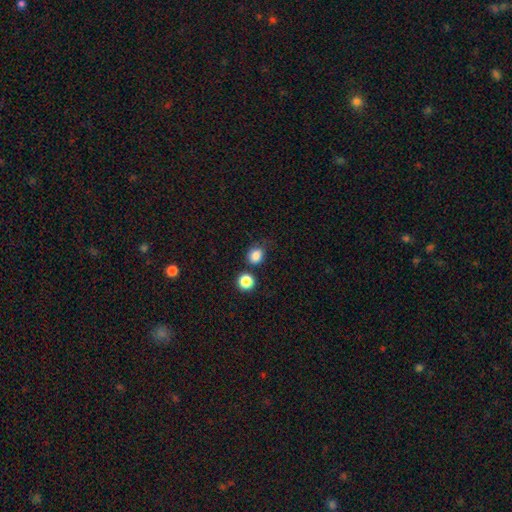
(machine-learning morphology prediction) Overall: smooth (84%). How rounded: round (68%; in between 31%). Merging: none (63%).